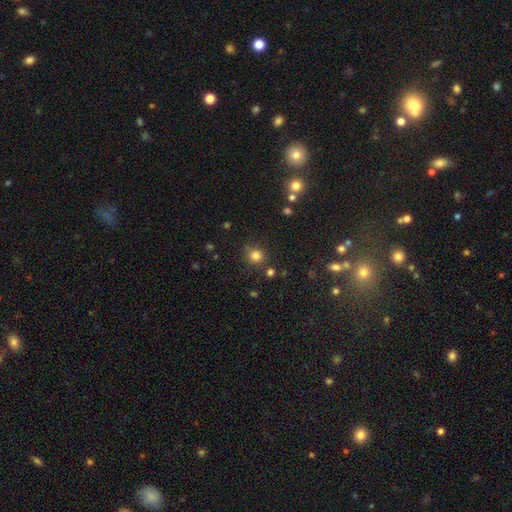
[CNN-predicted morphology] A smooth galaxy with no disk features (80%) that is round (91%). Merging: none (83%).